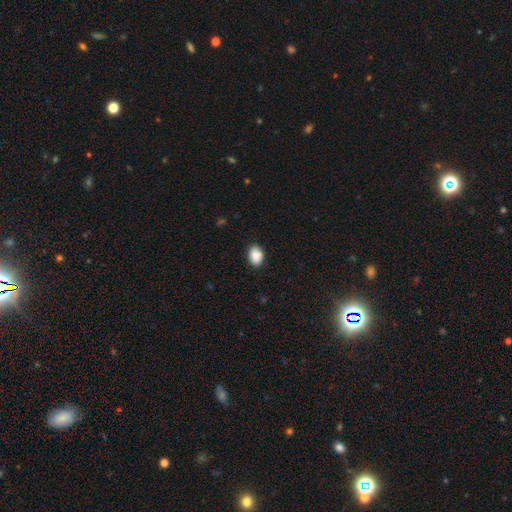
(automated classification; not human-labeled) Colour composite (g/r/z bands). It shows a smooth galaxy with no disk features (90%) that is in between round and cigar-shaped (81%). Merging: none (86%).